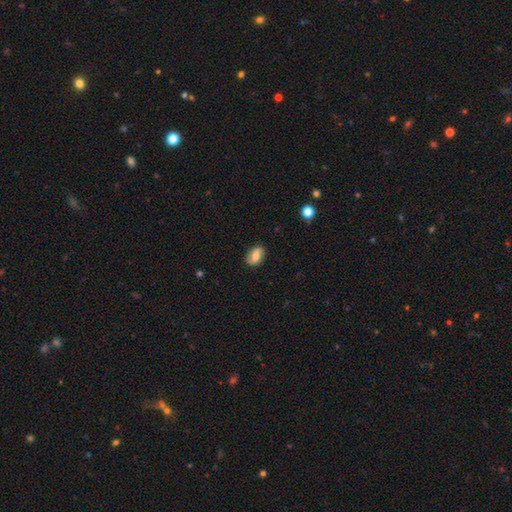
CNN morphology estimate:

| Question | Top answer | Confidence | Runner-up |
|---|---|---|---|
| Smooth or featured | smooth | 51% | featured or disk (41%) |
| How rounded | in between | 80% | round (17%) |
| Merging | none | 83% | minor disturbance (13%) |